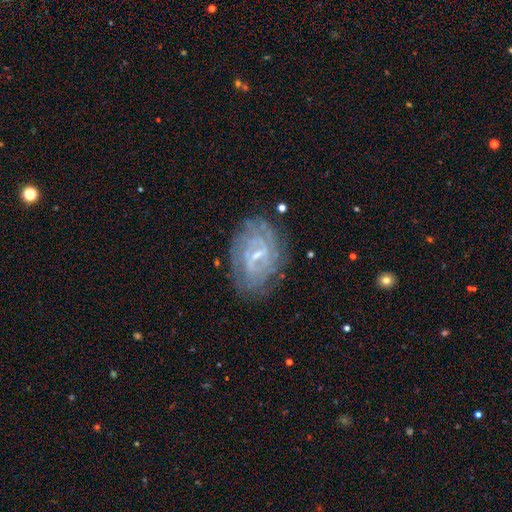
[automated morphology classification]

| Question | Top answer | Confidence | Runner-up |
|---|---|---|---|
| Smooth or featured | featured or disk | 72% | star or artifact (15%) |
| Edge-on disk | no | 95% | yes (5%) |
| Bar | weak | 52% | strong (24%) |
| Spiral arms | yes | 91% | no (9%) |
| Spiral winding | tight | 66% | medium (26%) |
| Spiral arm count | can't tell | 41% | 2 (23%) |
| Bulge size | small | 68% | moderate (23%) |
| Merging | none | 80% | minor disturbance (13%) |